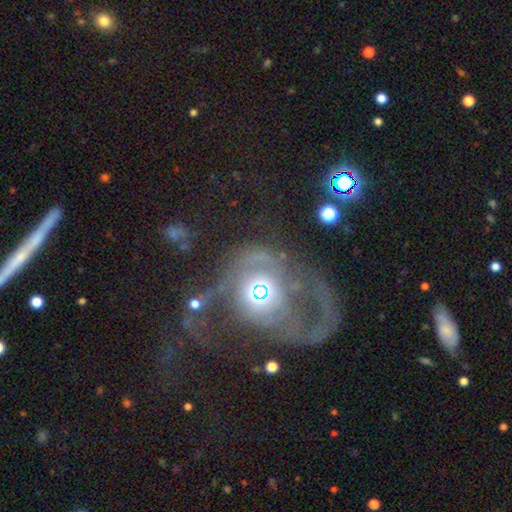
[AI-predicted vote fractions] A featured or disk galaxy (66%) with no bar (81%), spiral arms (58%) and a moderate central bulge (53%). Merging: major disturbance (62%).